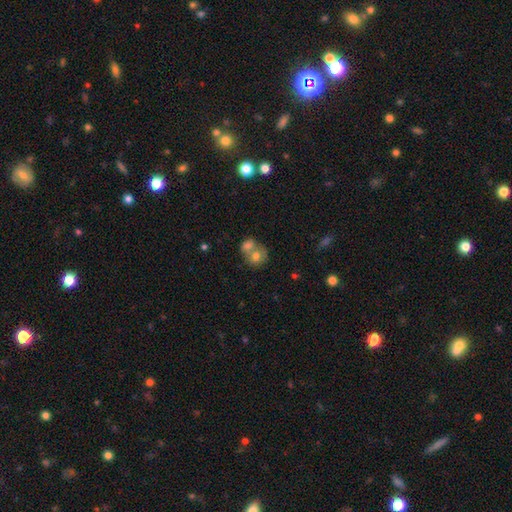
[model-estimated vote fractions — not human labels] The model was most divided on "merging": merger: 64%, none: 26%, minor disturbance: 7%, major disturbance: 3%. More confident: how rounded — round (72%); smooth or featured — smooth (71%).